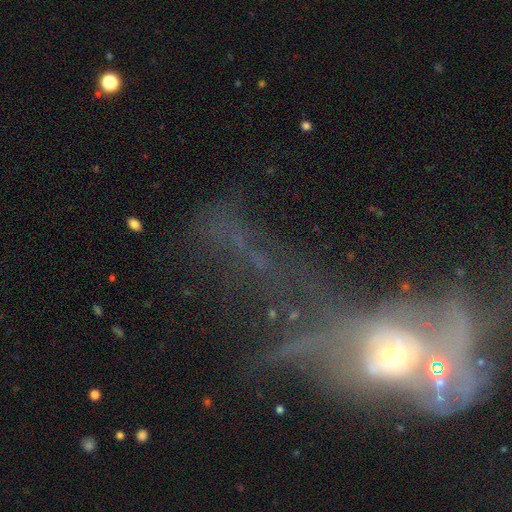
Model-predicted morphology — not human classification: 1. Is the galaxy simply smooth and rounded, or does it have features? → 42% featured or disk, 35% star or artifact, 23% smooth.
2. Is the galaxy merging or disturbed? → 39% major disturbance, 26% none, 24% merger, 12% minor disturbance.